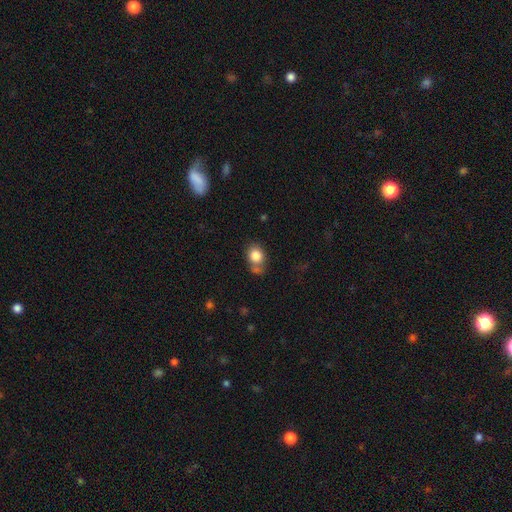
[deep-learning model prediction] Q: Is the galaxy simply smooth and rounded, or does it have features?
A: smooth — 82%.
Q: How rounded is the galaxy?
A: round — 53%.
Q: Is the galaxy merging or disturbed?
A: none — 55%.